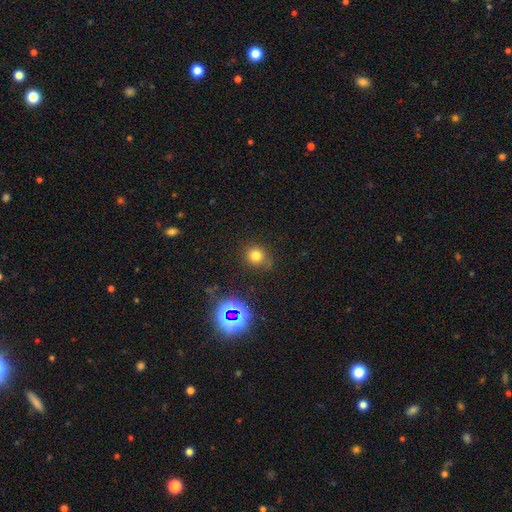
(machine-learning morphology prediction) Smooth or featured?
  - smooth: 73% *
  - star or artifact: 19%
  - featured or disk: 7%
How rounded?
  - round: 84% *
  - in between: 15%
  - cigar-shaped: 1%
Merging?
  - none: 76% *
  - minor disturbance: 17%
  - major disturbance: 5%
  - merger: 3%